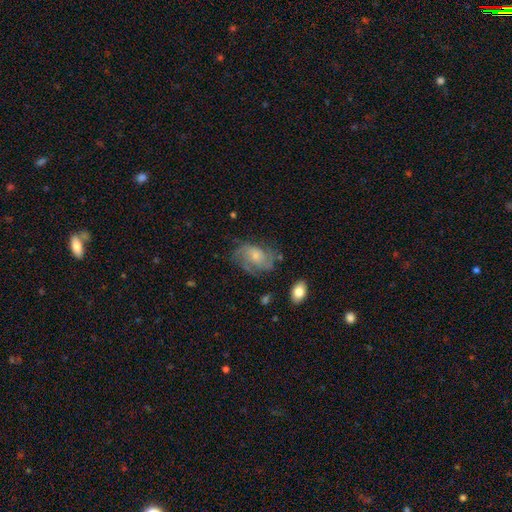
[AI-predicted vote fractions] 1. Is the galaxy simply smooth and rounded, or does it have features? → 67% featured or disk, 25% smooth, 8% star or artifact.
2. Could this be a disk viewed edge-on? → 97% no, 3% yes.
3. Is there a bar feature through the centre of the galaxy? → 69% no, 27% weak, 4% strong.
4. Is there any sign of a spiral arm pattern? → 87% yes, 13% no.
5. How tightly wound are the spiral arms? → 45% medium, 34% tight, 21% loose.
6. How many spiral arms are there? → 36% 2, 31% can't tell, 18% 3, 6% 4, 5% 1, 4% more than 4.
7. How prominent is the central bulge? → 54% small, 32% moderate, 8% none, 4% large, 1% dominant.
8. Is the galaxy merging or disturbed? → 58% none, 24% minor disturbance, 16% major disturbance, 3% merger.